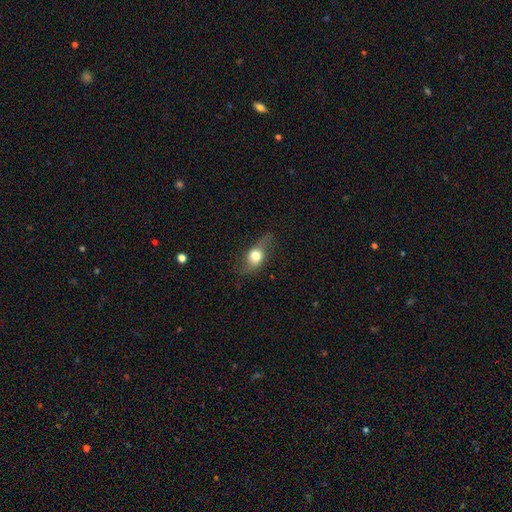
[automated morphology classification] smooth-or-featured: smooth: 63% | featured or disk: 28% | star or artifact: 9%
  how-rounded: in between: 64% | round: 28% | cigar-shaped: 8%
  merging: none: 66% | minor disturbance: 23% | major disturbance: 10% | merger: 2%